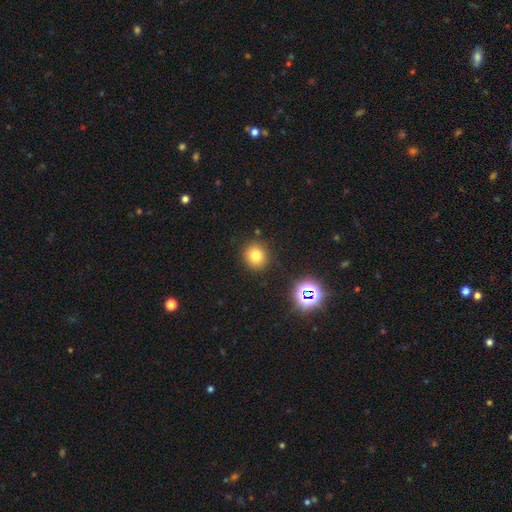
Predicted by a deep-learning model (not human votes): Smooth or featured? smooth (76%)
How rounded? round (88%)
Merging? none (88%)